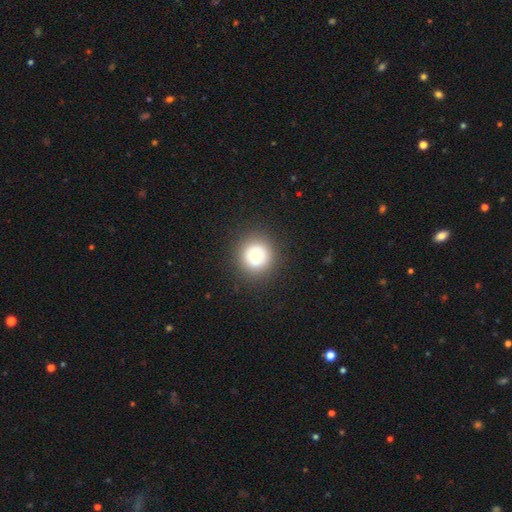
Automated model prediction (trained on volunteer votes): This appears to be a smooth galaxy with no disk features (63%) that is round (96%). Merging: none (89%).